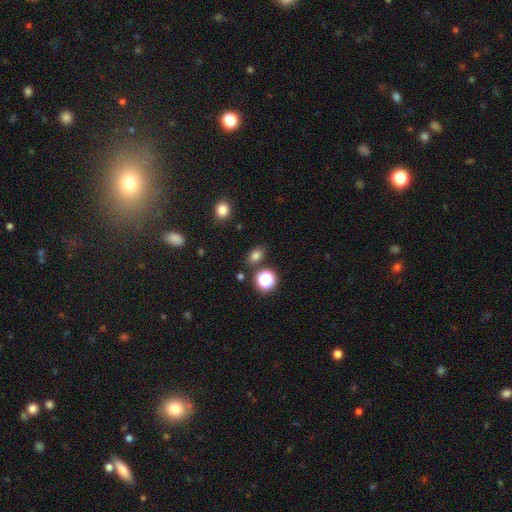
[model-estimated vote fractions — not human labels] A smooth galaxy with no disk features (78%) that is in between round and cigar-shaped (66%). Merging: none (81%).